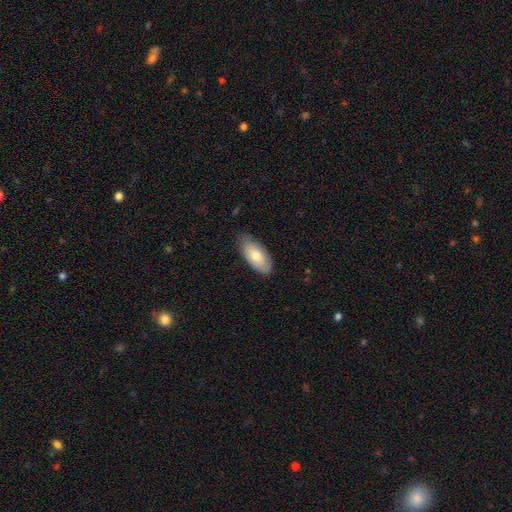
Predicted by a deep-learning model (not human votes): The model was most divided on "smooth or featured": smooth: 74%, featured or disk: 21%, star or artifact: 6%. More confident: how rounded — in between (91%); merging — none (75%).